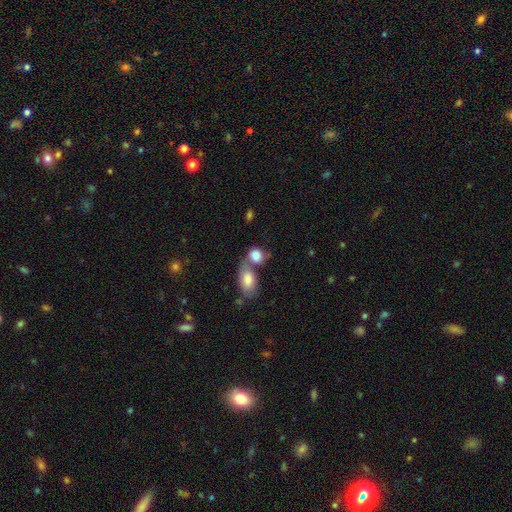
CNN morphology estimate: A smooth galaxy with no disk features (83%) that is in between round and cigar-shaped (55%).

Vote fractions:
- Smooth or featured? smooth: 83% / featured or disk: 10% / star or artifact: 7%
- How rounded? in between: 55% / round: 43% / cigar-shaped: 2%
- Merging? merger: 52% / none: 31% / minor disturbance: 11% / major disturbance: 6%